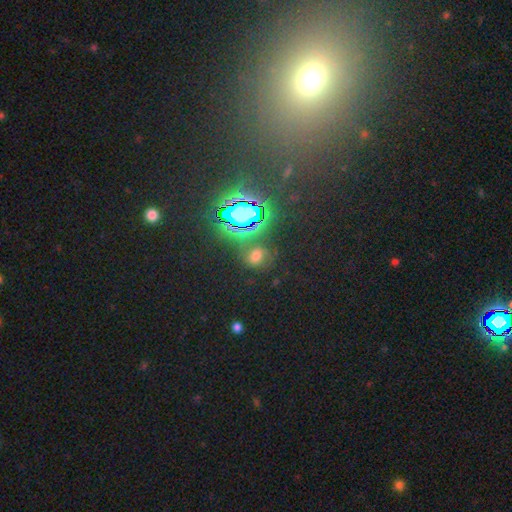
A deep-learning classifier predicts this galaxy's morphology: type=star or artifact (47%).